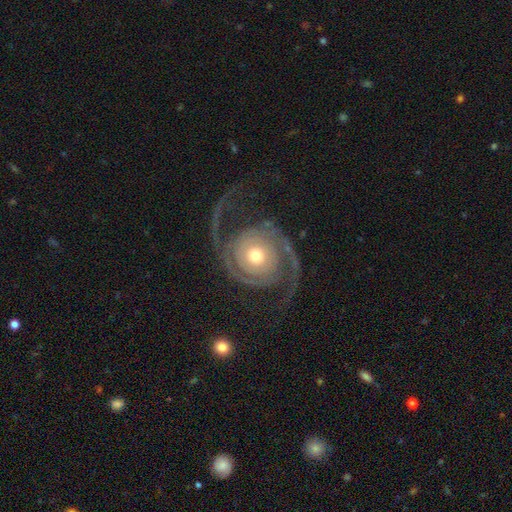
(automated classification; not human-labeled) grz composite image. It shows a featured or disk galaxy (90%) with no bar (78%), 2 (87%) tight (39%) spiral arms (97%) and a moderate central bulge (62%). Merging: none (71%).